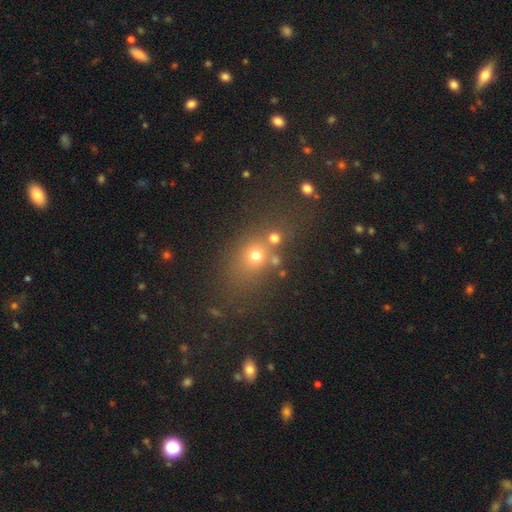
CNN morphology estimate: Smooth or featured: smooth — 63% (star or artifact — 23%)
How rounded: round — 60% (in between — 37%)
Merging: none — 58% (merger — 22%)